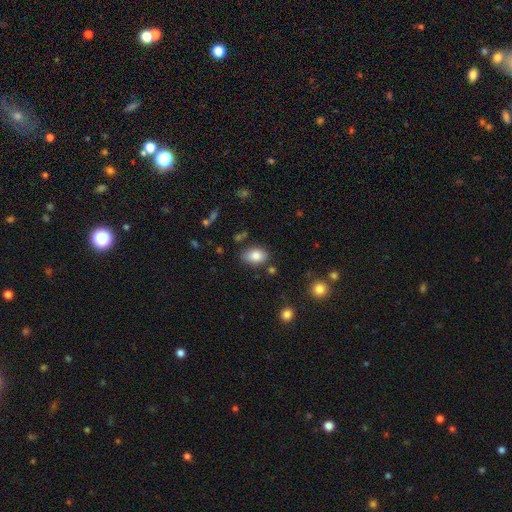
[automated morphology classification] Overall: smooth (84%). How rounded: in between (83%). Merging: none (77%).